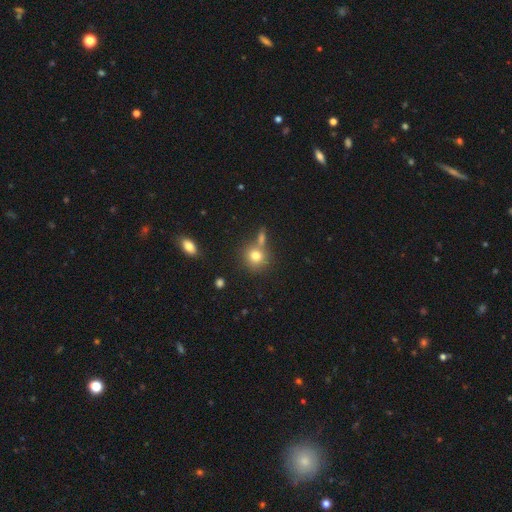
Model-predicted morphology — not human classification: smooth-or-featured: smooth: 78% | star or artifact: 12% | featured or disk: 10%
  how-rounded: round: 84% | in between: 15% | cigar-shaped: 1%
  merging: none: 62% | merger: 23% | minor disturbance: 11% | major disturbance: 4%